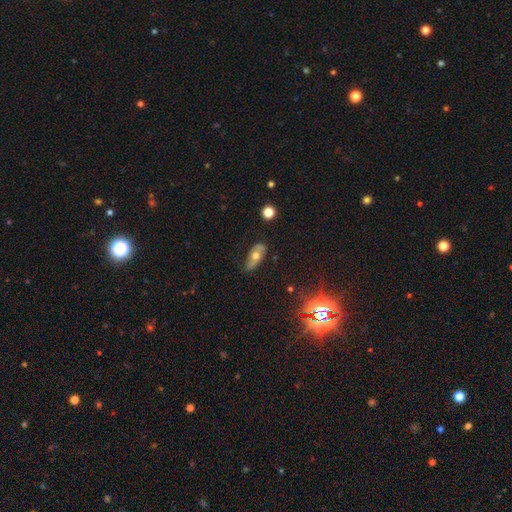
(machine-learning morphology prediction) Q: Smooth or featured?
A: smooth (53%); runner-up: featured or disk (38%)
Q: How rounded?
A: in between (80%); runner-up: cigar-shaped (15%)
Q: Merging?
A: none (66%); runner-up: minor disturbance (26%)